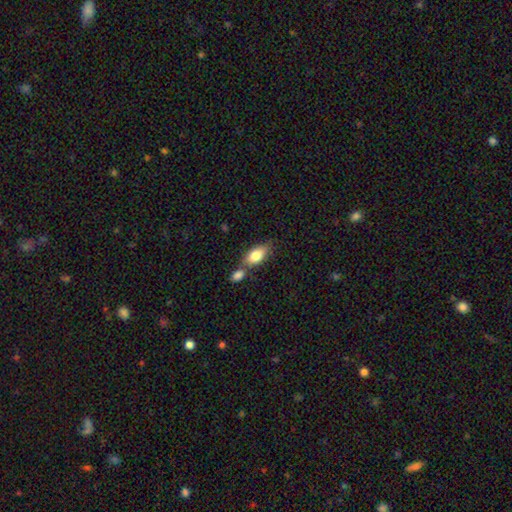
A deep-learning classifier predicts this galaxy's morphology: A smooth galaxy with no disk features (80%) that is in between round and cigar-shaped (88%).

Vote fractions:
- Smooth or featured? smooth: 80% / featured or disk: 14% / star or artifact: 7%
- How rounded? in between: 88% / cigar-shaped: 7% / round: 5%
- Merging? none: 48% / merger: 36% / minor disturbance: 12% / major disturbance: 4%